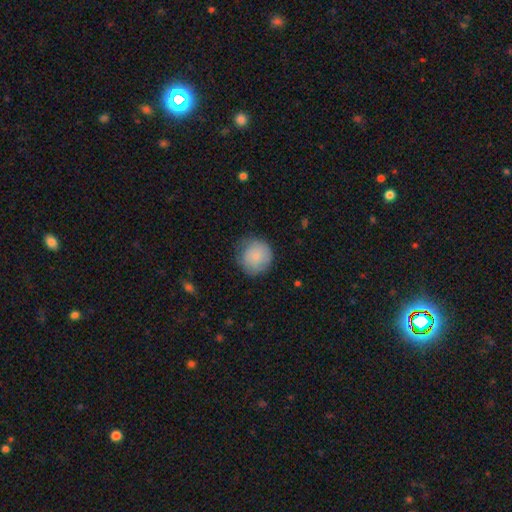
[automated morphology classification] Smooth or featured? Predicted: smooth (p=0.78). How rounded? Predicted: round (p=0.90). Merging? Predicted: none (p=0.68).